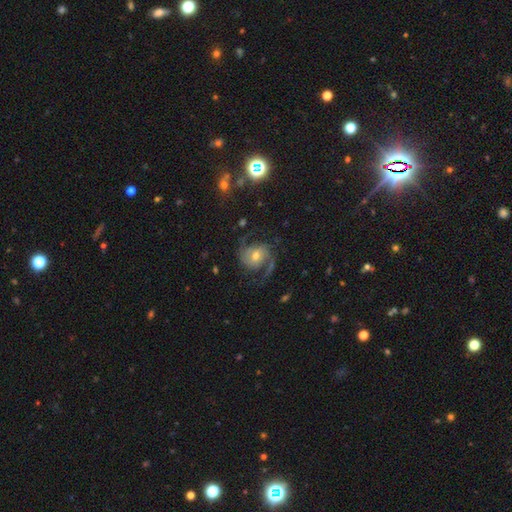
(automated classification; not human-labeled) smooth-or-featured: featured or disk: 86% | smooth: 7% | star or artifact: 6%
  disk-edge-on: no: 98% | yes: 2%
    bar: no: 53% | weak: 36% | strong: 11%
    has-spiral-arms: yes: 97% | no: 3%
      spiral-winding: medium: 50% | loose: 34% | tight: 16%
      spiral-arm-count: 2: 86% | 3: 5% | can't tell: 3% | 1: 2% | 4: 2% | more than 4: 2%
    bulge-size: moderate: 53% | small: 40% | large: 5% | none: 2% | dominant: 1%
  merging: none: 72% | minor disturbance: 14% | major disturbance: 12% | merger: 2%